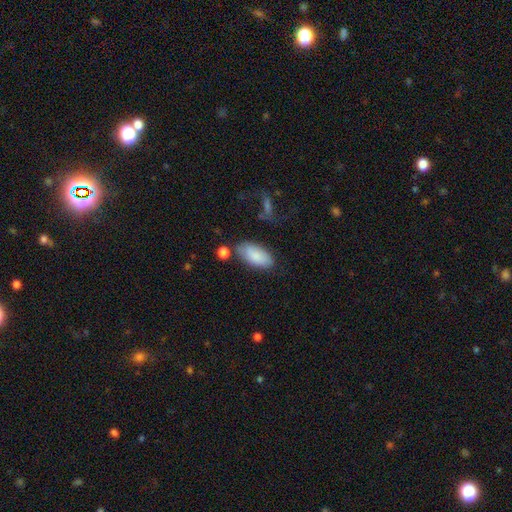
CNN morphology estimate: smooth 86%, featured or disk 9%, star or artifact 6%. Down the decision tree: how rounded — in between (92%); merging — none (72%).